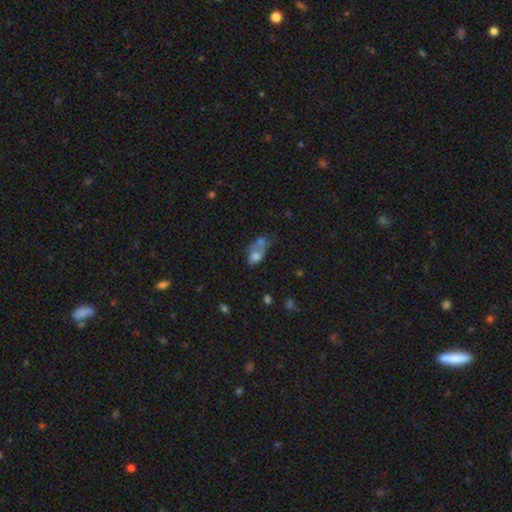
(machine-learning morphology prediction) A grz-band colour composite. It shows a smooth galaxy with no disk features (63%) that is in between round and cigar-shaped (74%). Merging: merger (52%).